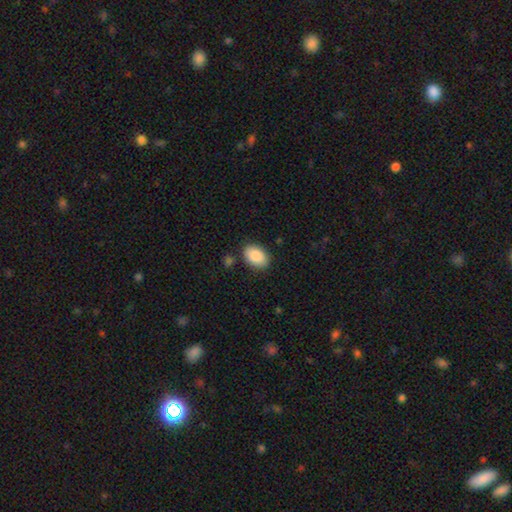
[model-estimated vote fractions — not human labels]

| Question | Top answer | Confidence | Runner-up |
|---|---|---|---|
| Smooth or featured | smooth | 89% | star or artifact (6%) |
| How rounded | in between | 87% | round (12%) |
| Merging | none | 83% | minor disturbance (11%) |